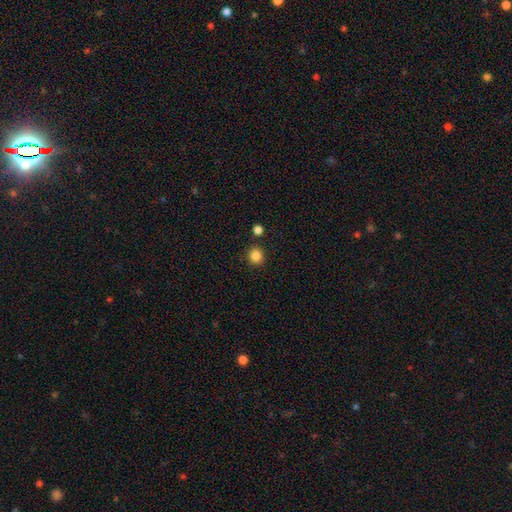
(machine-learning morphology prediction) Smooth or featured? Predicted: smooth (p=0.85). How rounded? Predicted: round (p=0.92). Merging? Predicted: none (p=0.87).